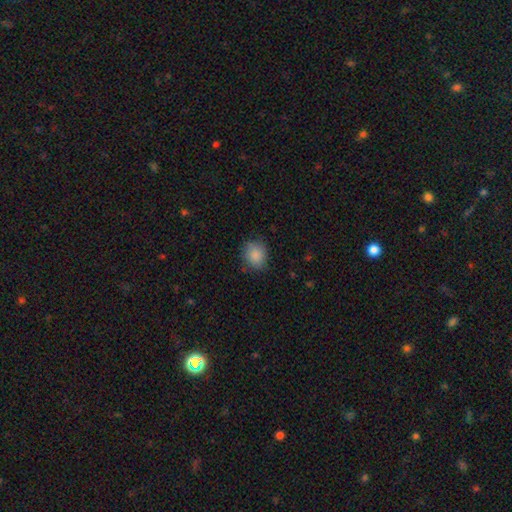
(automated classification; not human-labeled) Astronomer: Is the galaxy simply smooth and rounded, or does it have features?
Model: smooth — 87%.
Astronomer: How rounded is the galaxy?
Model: round — 73%.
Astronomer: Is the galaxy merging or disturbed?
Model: none — 79%.